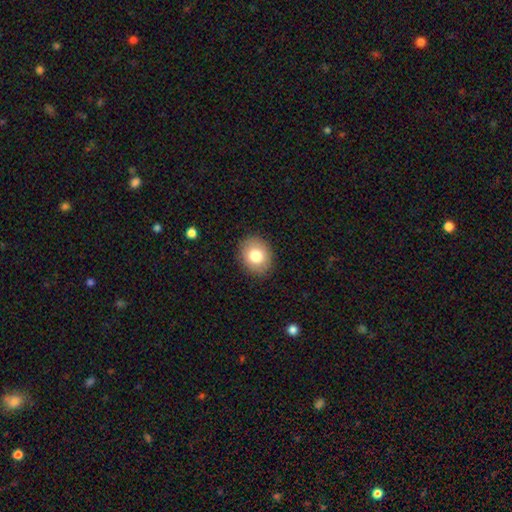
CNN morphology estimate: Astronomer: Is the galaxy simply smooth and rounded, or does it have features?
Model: smooth — 80%.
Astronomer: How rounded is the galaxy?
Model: round — 58% (runner-up: in between, 41%).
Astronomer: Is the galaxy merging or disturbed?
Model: none — 88%.